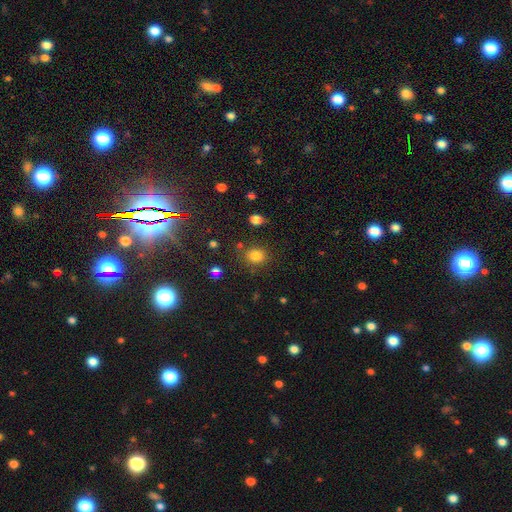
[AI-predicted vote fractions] A smooth galaxy with no disk features (79%) that is round (72%). Merging: none (79%).